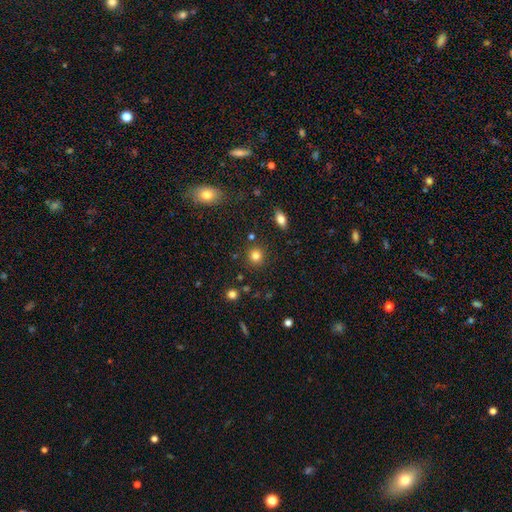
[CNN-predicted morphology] A smooth galaxy with no disk features (81%) that is round (90%). Merging: none (88%).